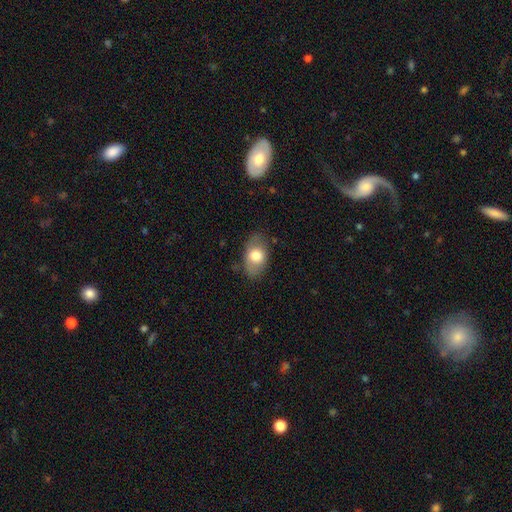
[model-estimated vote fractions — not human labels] A smooth galaxy with no disk features (71%) that is in between round and cigar-shaped (89%).

Vote fractions:
- Smooth or featured? smooth: 71% / featured or disk: 22% / star or artifact: 7%
- How rounded? in between: 89% / round: 10% / cigar-shaped: 2%
- Merging? none: 76% / minor disturbance: 17% / major disturbance: 5% / merger: 1%